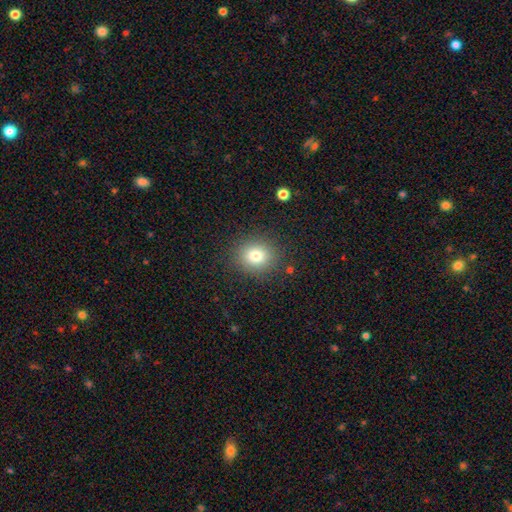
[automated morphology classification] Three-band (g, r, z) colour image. It shows a smooth galaxy with no disk features (79%) that is round (77%). Merging: none (87%).